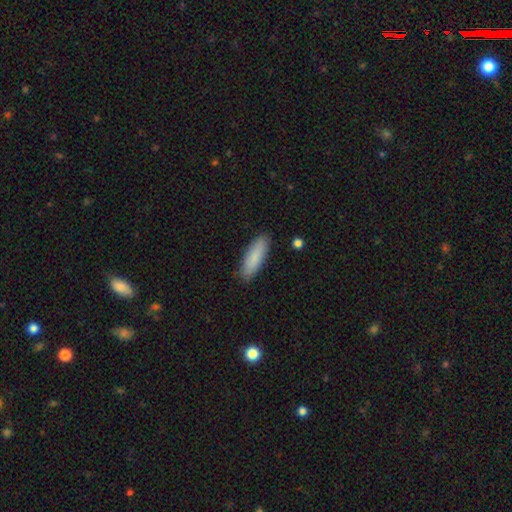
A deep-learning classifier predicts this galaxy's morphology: smooth_or_featured: smooth (p=0.85) [alt: featured or disk p=0.09]
how_rounded: in between (p=0.52) [alt: cigar-shaped p=0.46]
merging: none (p=0.88) [alt: minor disturbance p=0.09]